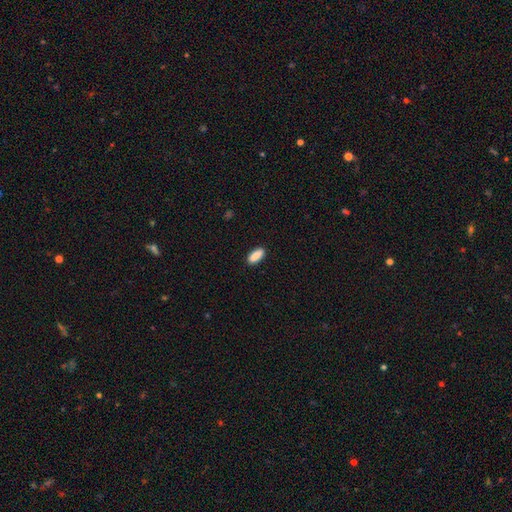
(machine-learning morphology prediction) smooth_or_featured: smooth (p=0.90) [alt: star or artifact p=0.06]
how_rounded: in between (p=0.81) [alt: cigar-shaped p=0.16]
merging: none (p=0.89) [alt: minor disturbance p=0.08]